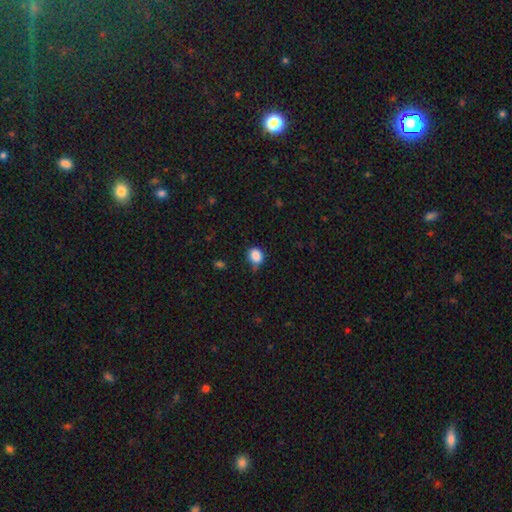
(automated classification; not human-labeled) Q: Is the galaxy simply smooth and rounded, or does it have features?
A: smooth — 86%.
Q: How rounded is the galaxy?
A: round — 62%.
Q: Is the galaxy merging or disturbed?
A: none — 59%.